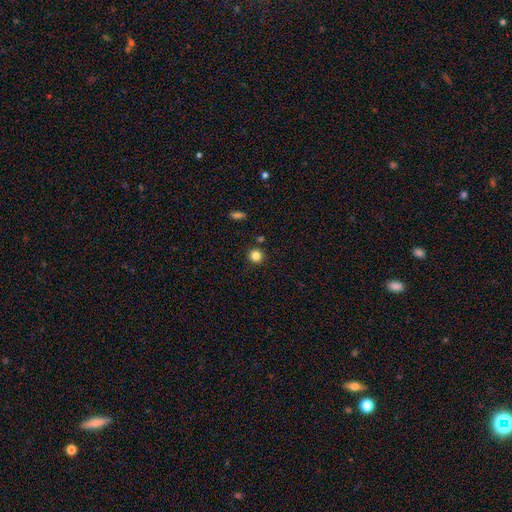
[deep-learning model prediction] Morphology: type=smooth (83%); roundness=round (94%); merging=none (89%).